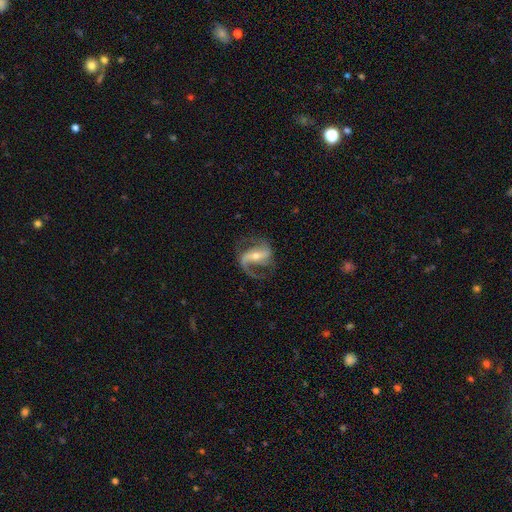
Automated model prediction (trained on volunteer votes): A featured or disk galaxy (89%) with a strong bar (51%), 2 (76%) loose (48%) spiral arms (96%) and a small central bulge (48%). Merging: none (65%).